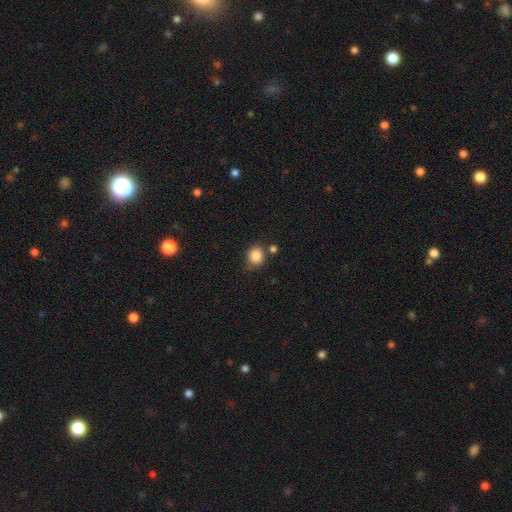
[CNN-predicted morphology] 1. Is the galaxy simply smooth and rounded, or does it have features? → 85% smooth, 10% star or artifact, 5% featured or disk.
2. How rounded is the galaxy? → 71% round, 28% in between, 1% cigar-shaped.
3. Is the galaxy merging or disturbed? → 72% none, 15% minor disturbance, 9% merger, 4% major disturbance.